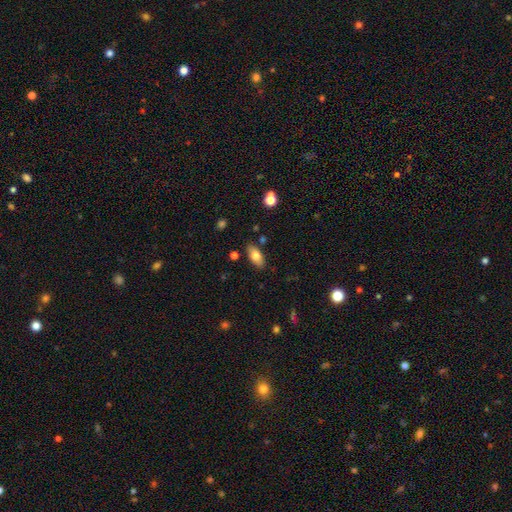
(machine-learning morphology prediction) smooth-or-featured: smooth: 76% | featured or disk: 16% | star or artifact: 8%
  how-rounded: in between: 88% | cigar-shaped: 8% | round: 3%
  merging: none: 84% | minor disturbance: 11% | merger: 3% | major disturbance: 2%